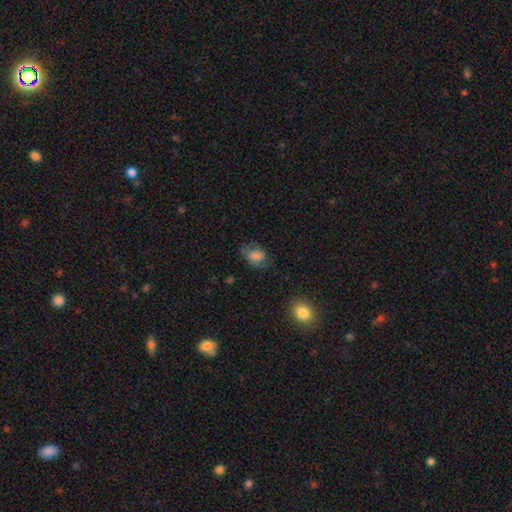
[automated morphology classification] Overall: smooth (73%). How rounded: in between (77%). Merging: none (57%; minor disturbance 27%).